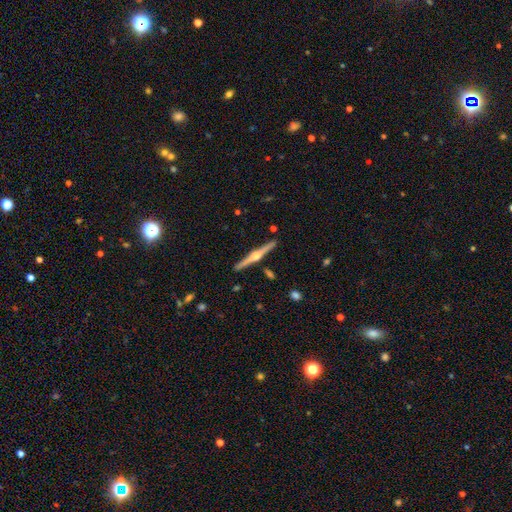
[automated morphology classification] A featured or disk galaxy (83%) viewed edge-on (99%) with a rounded central bulge (94%). Merging: none (91%).